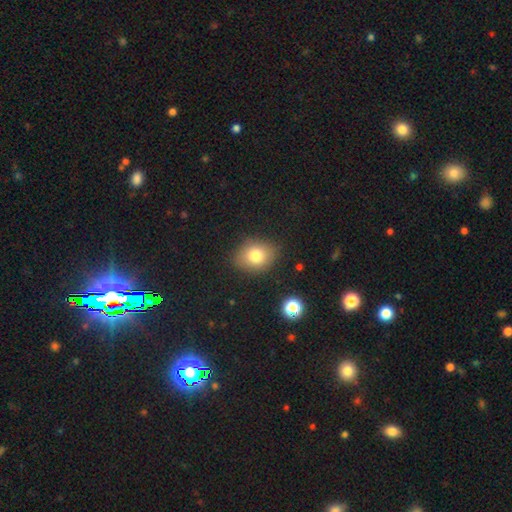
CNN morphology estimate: Overall: smooth (78%). How rounded: in between (53%; round 45%). Merging: none (82%).